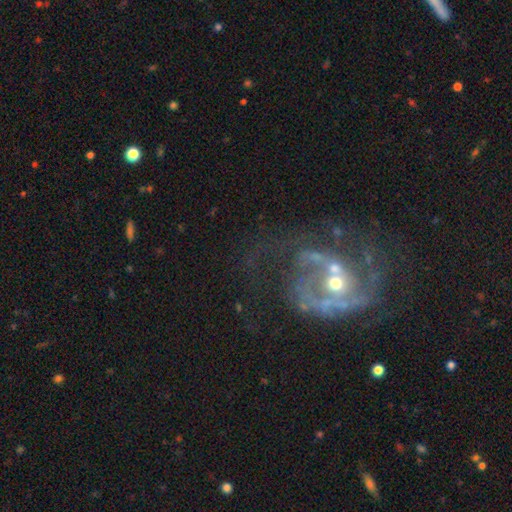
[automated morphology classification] The model was most divided on "merging": none: 40%, major disturbance: 35%, minor disturbance: 16%, merger: 9%. Remaining: edge-on disk — no (98%); spiral arms — yes (85%); smooth or featured — featured or disk (82%); spiral arm count — 2 (56%); bar — no (50%); bulge size — moderate (49%); spiral winding — medium (46%).